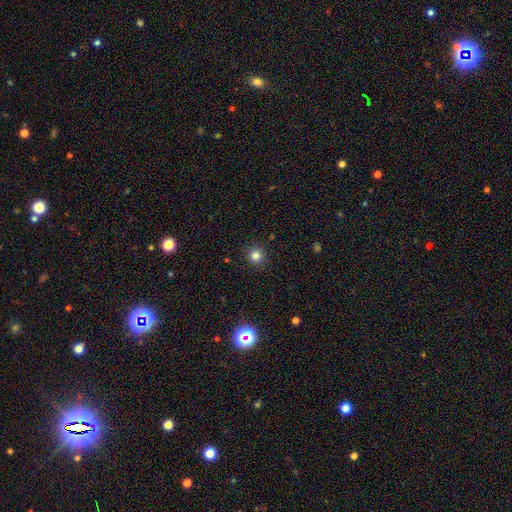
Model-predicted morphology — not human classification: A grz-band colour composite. It shows a smooth galaxy with no disk features (82%) that is round (94%). Merging: none (91%).